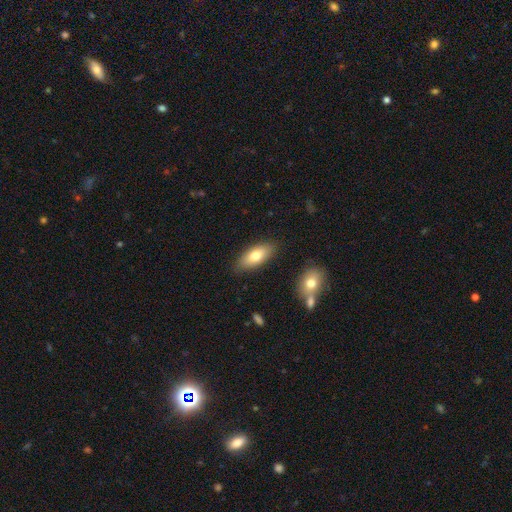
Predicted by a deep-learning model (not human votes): Q: Smooth or featured?
A: smooth (74%); runner-up: featured or disk (19%)
Q: How rounded?
A: in between (81%); runner-up: cigar-shaped (17%)
Q: Merging?
A: none (85%); runner-up: minor disturbance (10%)